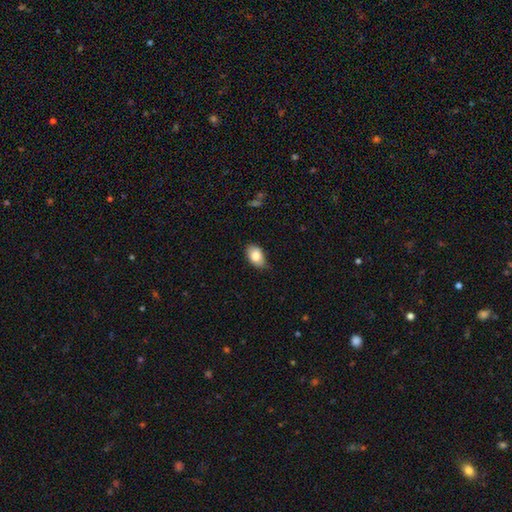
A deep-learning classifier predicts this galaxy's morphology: The model was most divided on "merging": none: 72%, minor disturbance: 23%, major disturbance: 3%, merger: 1%. More confident: how rounded — in between (89%); smooth or featured — smooth (81%).